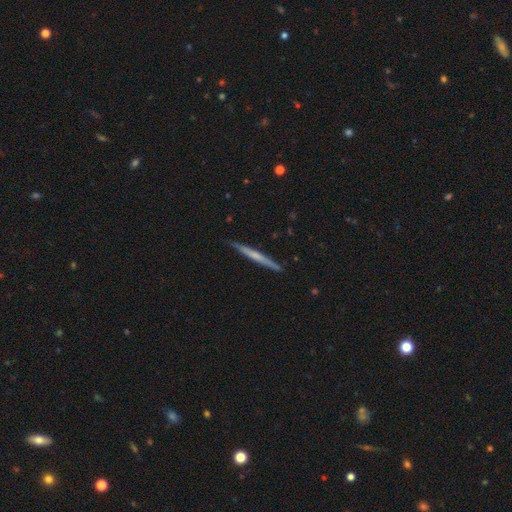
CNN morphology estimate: A featured or disk galaxy (54%) viewed edge-on (97%) with no central bulge (64%).

Vote fractions:
- Smooth or featured? featured or disk: 54% / smooth: 41% / star or artifact: 5%
- Edge-on disk? yes: 97% / no: 3%
- Edge-on bulge? none: 64% / rounded: 30% / boxy: 7%
- Merging? none: 90% / minor disturbance: 8% / major disturbance: 1% / merger: 1%